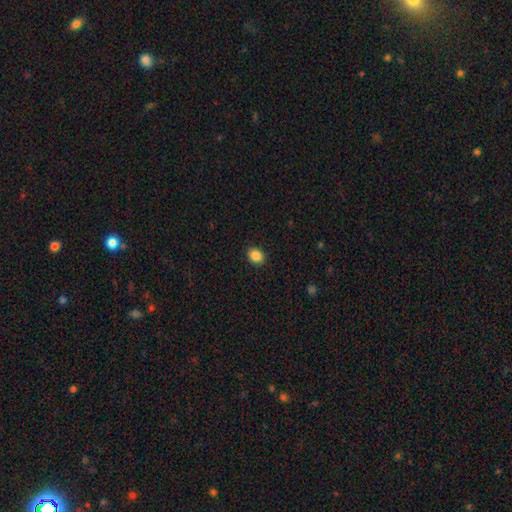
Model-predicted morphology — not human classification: A smooth galaxy with no disk features (87%) that is round (60%). Merging: none (90%).